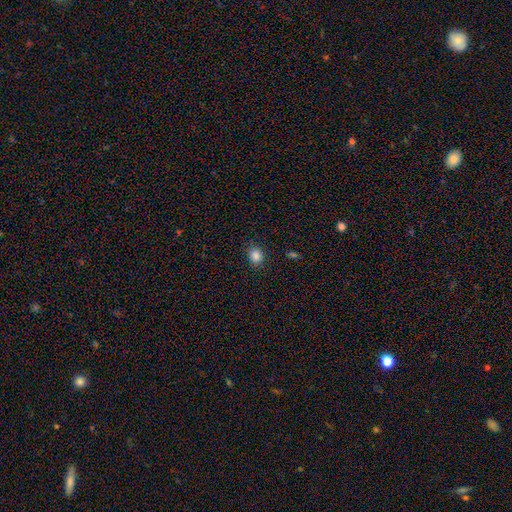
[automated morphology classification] type=smooth (85%); roundness=round (60%); merging=none (86%).